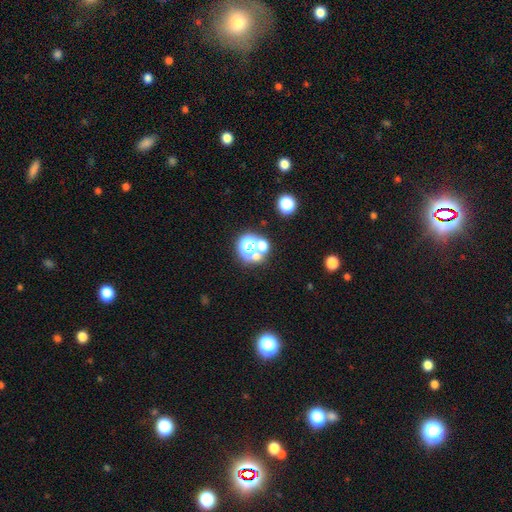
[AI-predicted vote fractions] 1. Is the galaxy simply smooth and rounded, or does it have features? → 46% star or artifact, 41% smooth, 14% featured or disk.